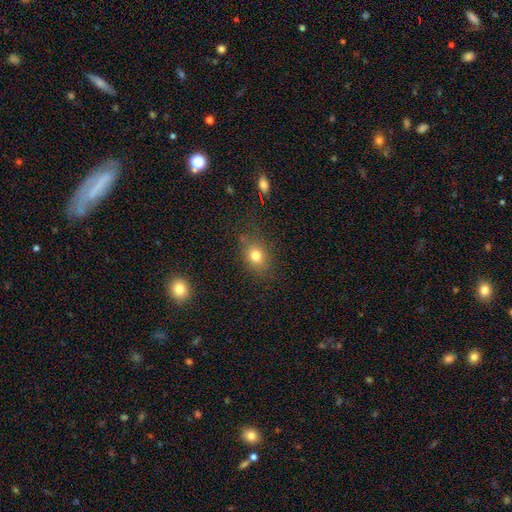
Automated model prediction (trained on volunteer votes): Q: Smooth or featured?
A: smooth (77%); runner-up: star or artifact (14%)
Q: How rounded?
A: in between (55%); runner-up: round (43%)
Q: Merging?
A: none (76%); runner-up: minor disturbance (15%)